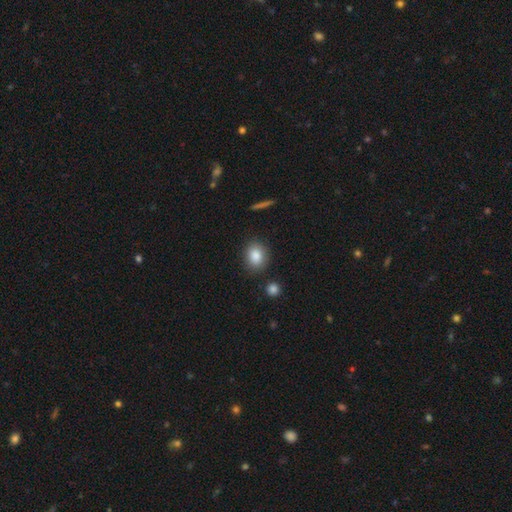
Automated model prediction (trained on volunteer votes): Smooth or featured? Predicted: smooth (p=0.86). How rounded? Predicted: in between (p=0.56). Merging? Predicted: none (p=0.83).